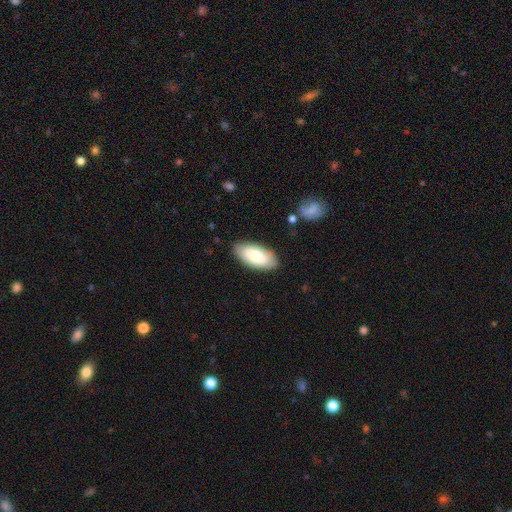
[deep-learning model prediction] smooth_or_featured: smooth (p=0.74) [alt: featured or disk p=0.20]
how_rounded: in between (p=0.91) [alt: cigar-shaped p=0.07]
merging: none (p=0.85) [alt: minor disturbance p=0.11]